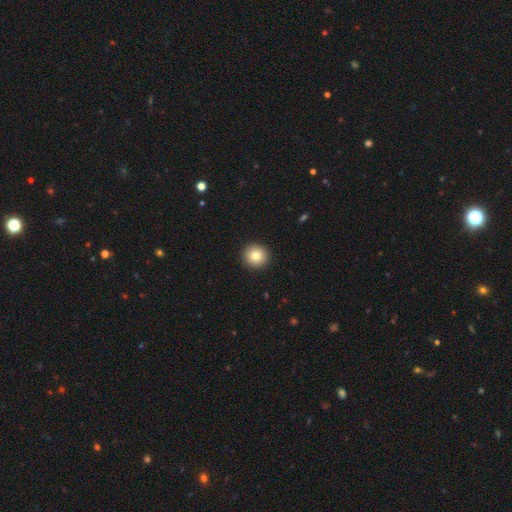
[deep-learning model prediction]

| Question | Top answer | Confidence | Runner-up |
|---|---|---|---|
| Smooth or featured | smooth | 81% | star or artifact (10%) |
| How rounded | round | 94% | in between (5%) |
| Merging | none | 94% | minor disturbance (4%) |